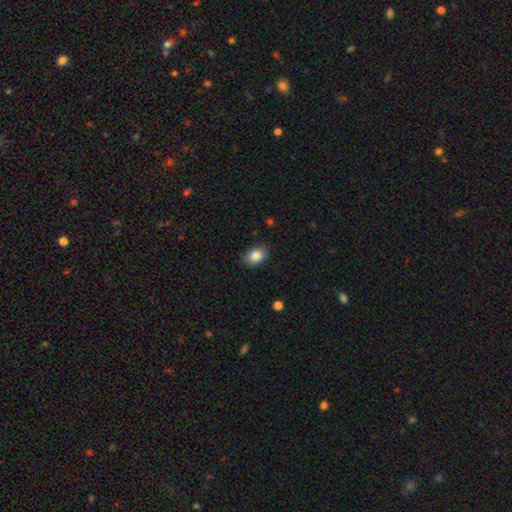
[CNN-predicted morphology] Overall: smooth (85%). How rounded: in between (77%). Merging: none (87%).